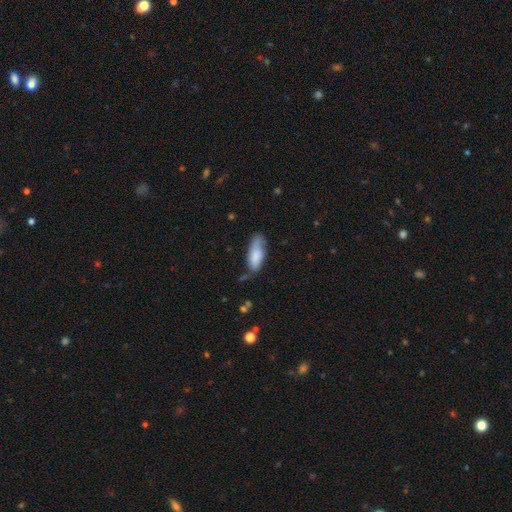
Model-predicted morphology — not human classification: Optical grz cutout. It shows a smooth galaxy with no disk features (79%) that is in between round and cigar-shaped (72%). Merging: none (52%).